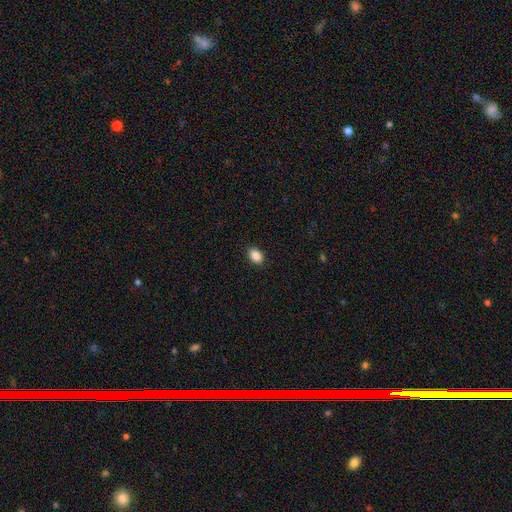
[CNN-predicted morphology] This appears to be a smooth galaxy with no disk features (89%) that is in between round and cigar-shaped (73%). Merging: none (90%).